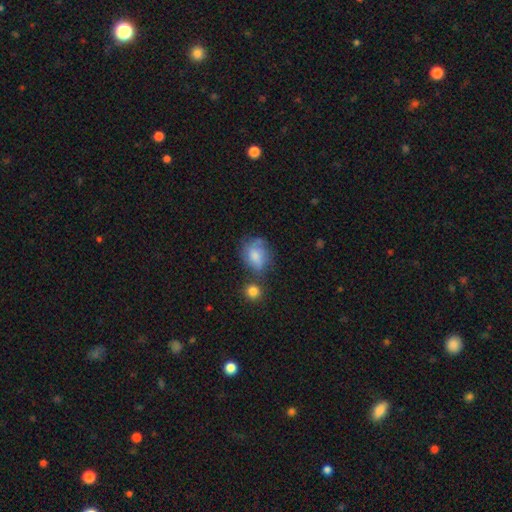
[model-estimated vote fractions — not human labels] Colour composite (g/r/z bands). It shows a smooth galaxy with no disk features (71%) that is in between round and cigar-shaped (52%). Merging: none (47%).